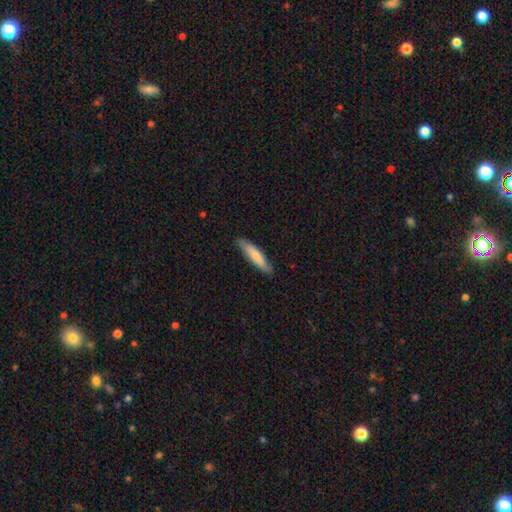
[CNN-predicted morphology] Smooth or featured? smooth (74%)
How rounded? cigar-shaped (81%)
Merging? none (85%)